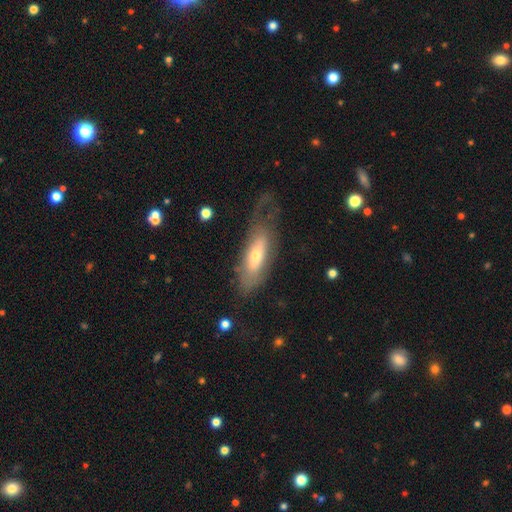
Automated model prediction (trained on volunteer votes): This appears to be a featured or disk galaxy (47%). Merging: none (43%).